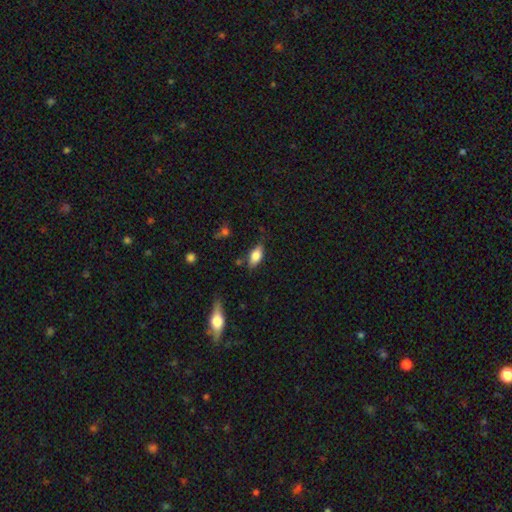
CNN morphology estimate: A smooth galaxy with no disk features (75%) that is in between round and cigar-shaped (85%). Merging: none (77%).